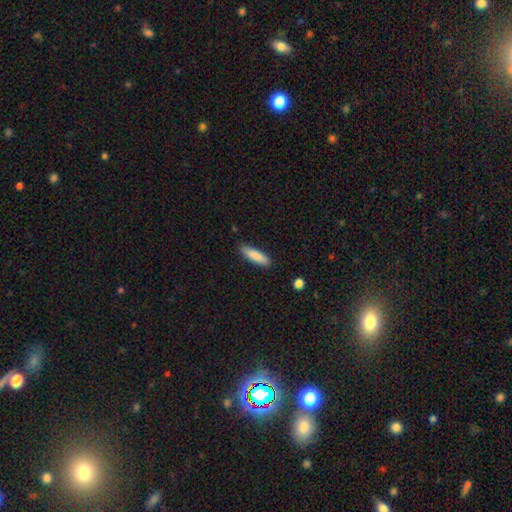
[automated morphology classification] type=smooth (85%); roundness=cigar-shaped (71%); merging=none (85%).